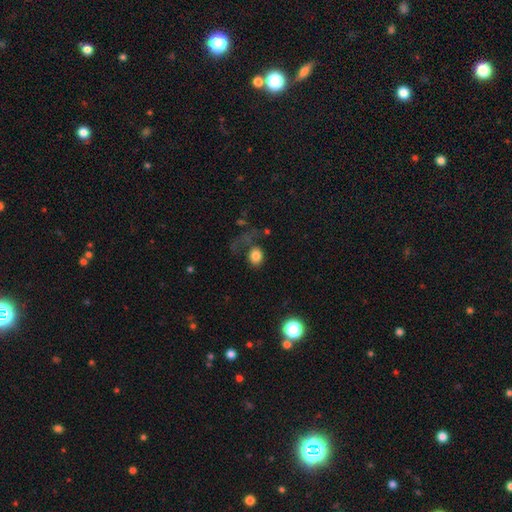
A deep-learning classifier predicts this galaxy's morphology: type=smooth (80%); roundness=round (56%); merging=none (52%).